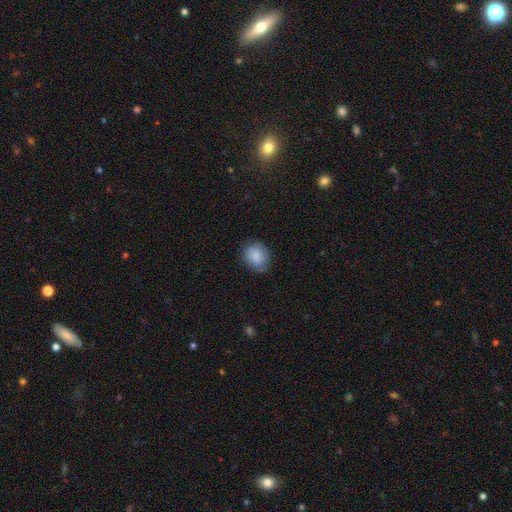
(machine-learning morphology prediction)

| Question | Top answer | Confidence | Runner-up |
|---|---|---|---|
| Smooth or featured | smooth | 83% | featured or disk (9%) |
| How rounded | round | 62% | in between (37%) |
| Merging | none | 73% | minor disturbance (21%) |